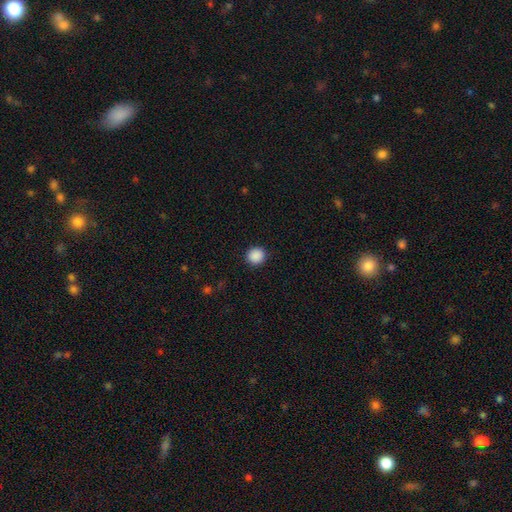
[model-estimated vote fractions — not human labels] Q: Smooth or featured?
A: smooth (89%); runner-up: star or artifact (9%)
Q: How rounded?
A: round (92%); runner-up: in between (7%)
Q: Merging?
A: none (92%); runner-up: minor disturbance (5%)